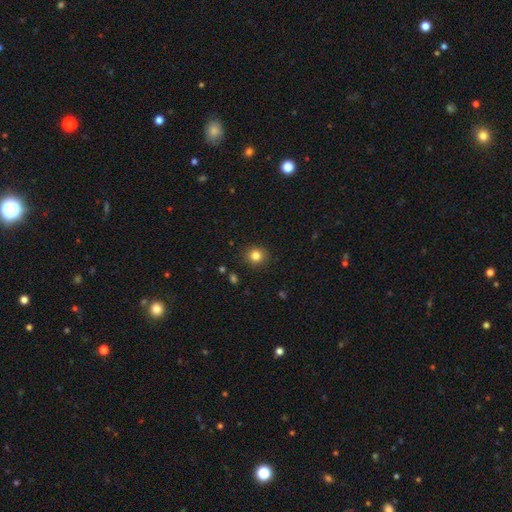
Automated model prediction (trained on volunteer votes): This is clearly a smooth galaxy (83%). How rounded: clearly round (88%). Merging: clearly none (90%).